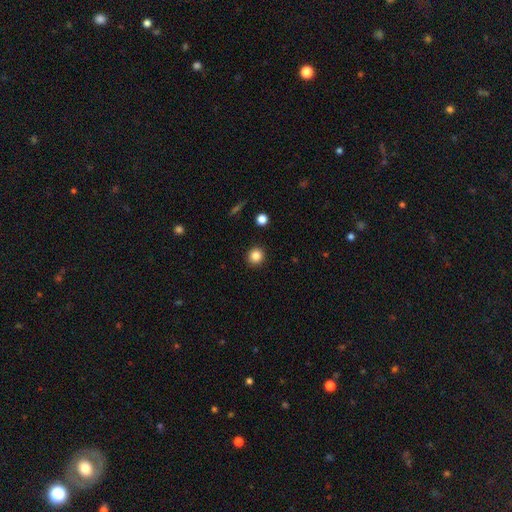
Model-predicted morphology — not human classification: Smooth or featured: smooth — 85% (star or artifact — 10%)
How rounded: round — 91% (in between — 8%)
Merging: none — 92% (minor disturbance — 5%)